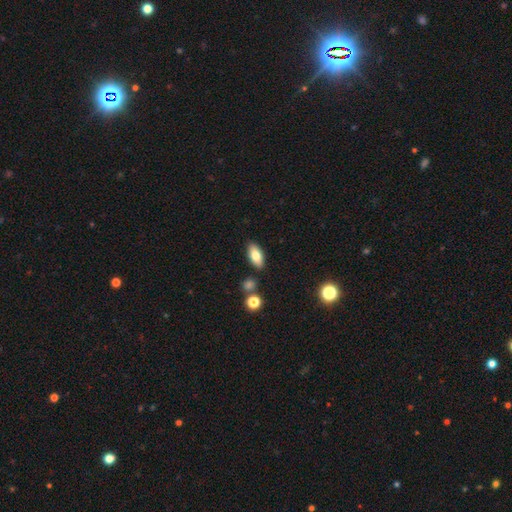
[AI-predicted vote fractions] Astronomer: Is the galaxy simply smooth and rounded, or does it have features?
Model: smooth — 79%.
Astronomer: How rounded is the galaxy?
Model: in between — 88%.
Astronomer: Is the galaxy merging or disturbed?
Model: none — 84%.